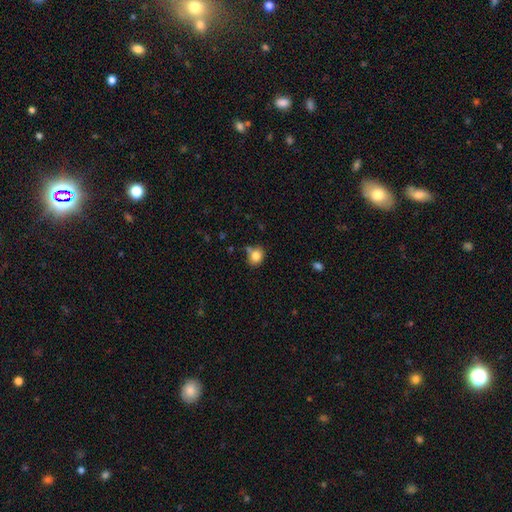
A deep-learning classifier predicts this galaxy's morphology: Q: Smooth or featured?
A: smooth (82%); runner-up: star or artifact (11%)
Q: How rounded?
A: round (65%); runner-up: in between (34%)
Q: Merging?
A: none (65%); runner-up: minor disturbance (19%)